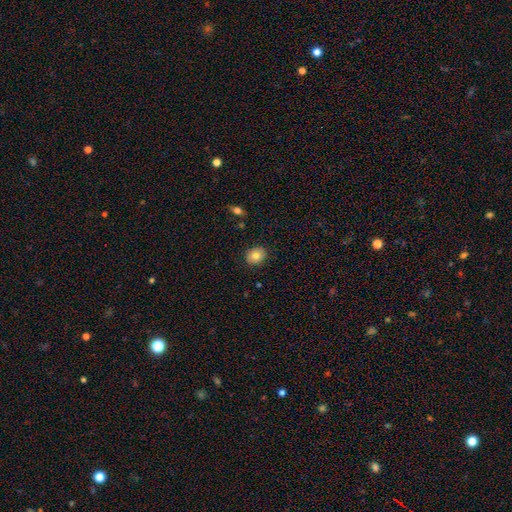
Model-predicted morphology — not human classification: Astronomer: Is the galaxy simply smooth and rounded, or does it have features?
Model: smooth — 79%.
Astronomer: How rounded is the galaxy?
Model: round — 62%.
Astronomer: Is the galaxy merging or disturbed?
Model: none — 89%.